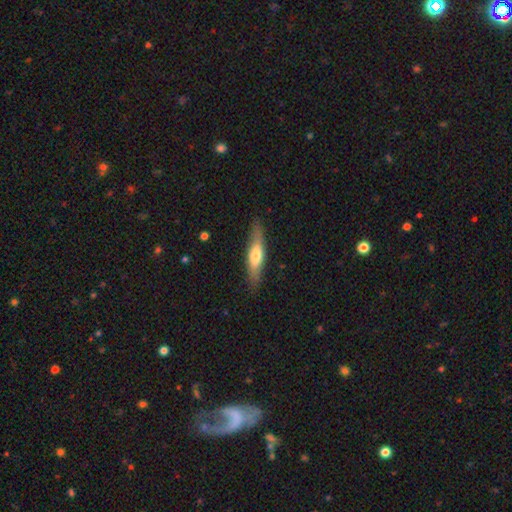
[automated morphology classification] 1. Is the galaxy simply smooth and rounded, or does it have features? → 54% smooth, 41% featured or disk, 6% star or artifact.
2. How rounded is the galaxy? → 69% cigar-shaped, 29% in between, 2% round.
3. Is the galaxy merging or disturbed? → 83% none, 12% minor disturbance, 3% major disturbance, 1% merger.